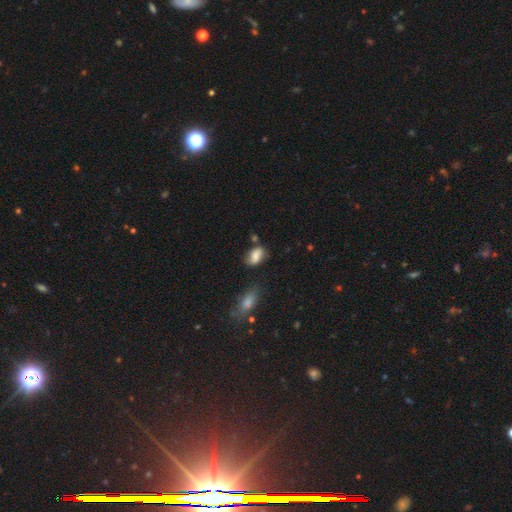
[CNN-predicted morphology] Q: Smooth or featured?
A: smooth (78%); runner-up: featured or disk (14%)
Q: How rounded?
A: in between (86%); runner-up: round (11%)
Q: Merging?
A: none (60%); runner-up: minor disturbance (25%)